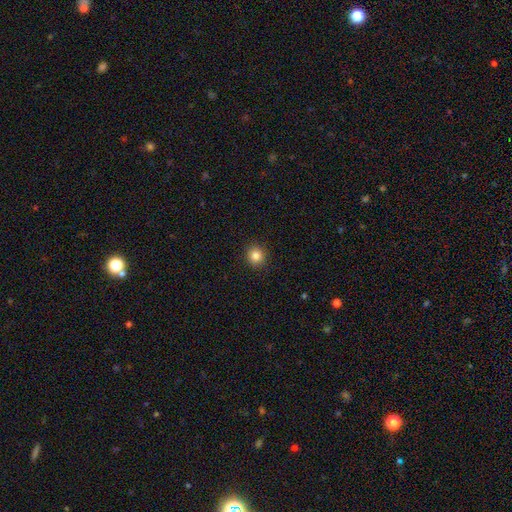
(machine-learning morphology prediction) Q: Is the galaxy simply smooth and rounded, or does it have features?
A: smooth — 84%.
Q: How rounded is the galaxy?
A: round — 91%.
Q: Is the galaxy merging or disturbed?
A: none — 92%.